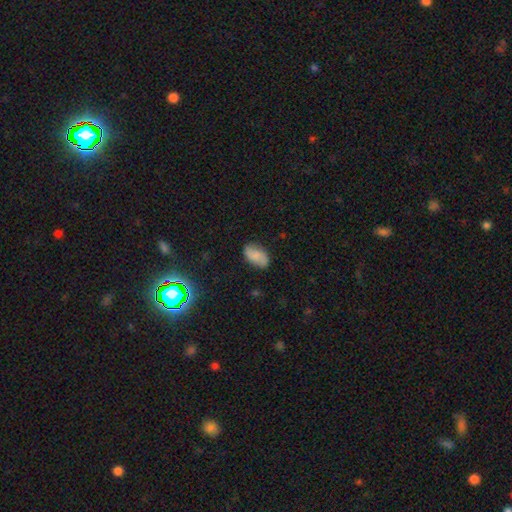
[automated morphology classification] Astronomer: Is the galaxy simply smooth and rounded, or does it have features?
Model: smooth — 68%.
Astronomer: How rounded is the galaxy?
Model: in between — 93%.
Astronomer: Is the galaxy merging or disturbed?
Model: none — 78%.